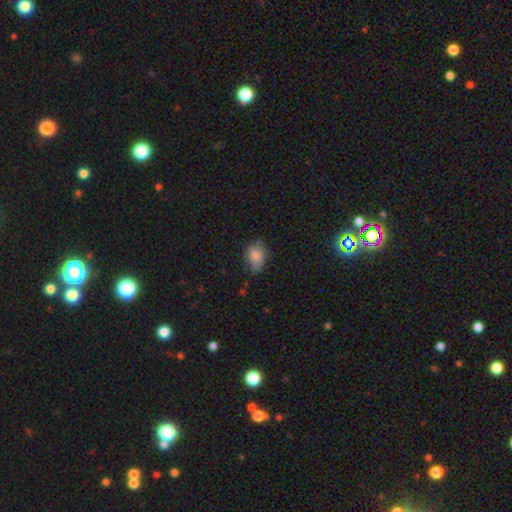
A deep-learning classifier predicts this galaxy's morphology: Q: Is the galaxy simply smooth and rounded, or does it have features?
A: smooth — 80%.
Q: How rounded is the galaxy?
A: in between — 71%.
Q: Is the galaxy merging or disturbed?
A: none — 58%.